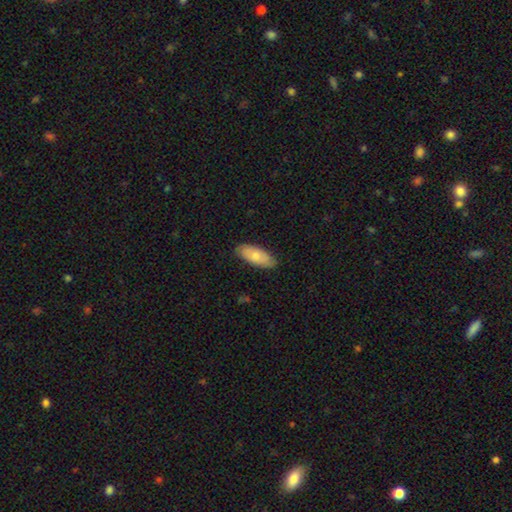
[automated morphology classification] Smooth or featured?
  - smooth: 73% *
  - featured or disk: 22%
  - star or artifact: 5%
How rounded?
  - in between: 87% *
  - cigar-shaped: 10%
  - round: 2%
Merging?
  - none: 81% *
  - minor disturbance: 16%
  - major disturbance: 2%
  - merger: 1%